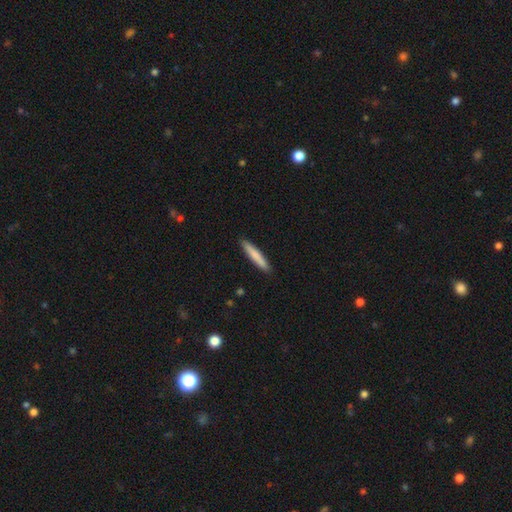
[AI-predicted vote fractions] Overall: smooth (78%). How rounded: cigar-shaped (92%). Merging: none (91%).